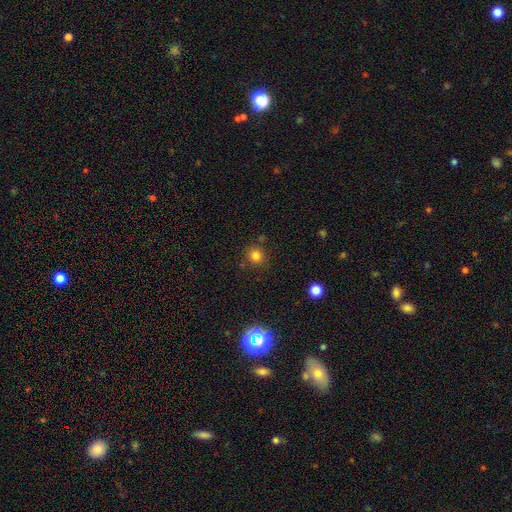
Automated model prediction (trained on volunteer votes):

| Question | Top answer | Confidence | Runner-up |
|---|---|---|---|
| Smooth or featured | smooth | 80% | star or artifact (15%) |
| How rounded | round | 87% | in between (12%) |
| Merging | none | 81% | minor disturbance (11%) |